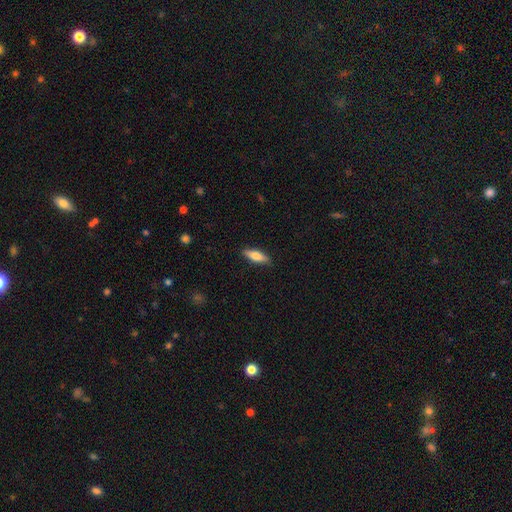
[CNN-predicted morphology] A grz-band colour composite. It shows a smooth galaxy with no disk features (68%) that is in between round and cigar-shaped (52%). Merging: none (88%).